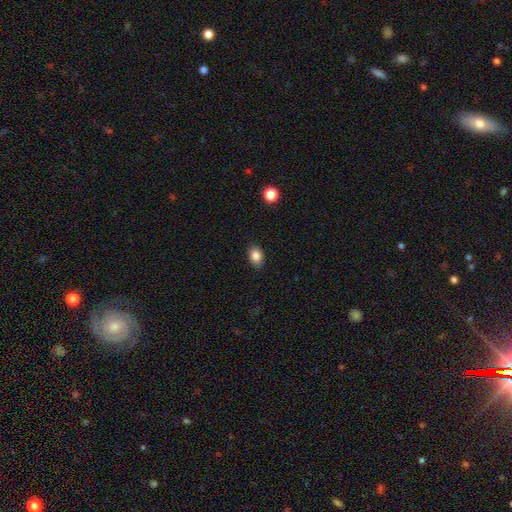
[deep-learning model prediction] A smooth galaxy with no disk features (85%) that is in between round and cigar-shaped (76%). Merging: none (87%).